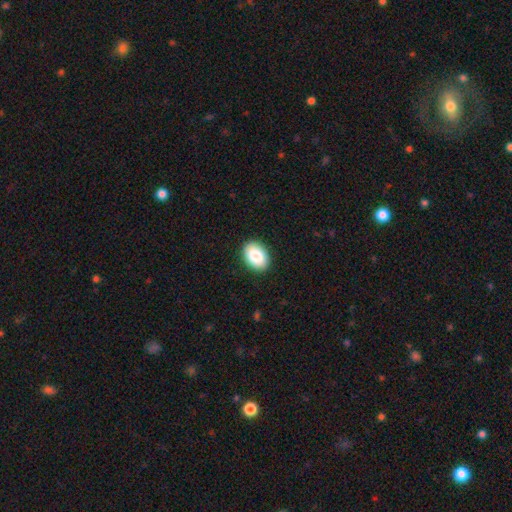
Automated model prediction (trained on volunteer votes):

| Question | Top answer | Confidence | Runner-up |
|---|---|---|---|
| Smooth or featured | smooth | 86% | featured or disk (8%) |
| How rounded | in between | 83% | round (16%) |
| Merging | none | 90% | minor disturbance (7%) |